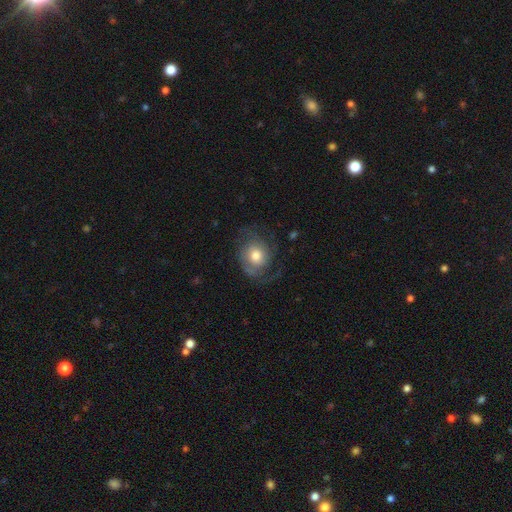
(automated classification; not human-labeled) featured or disk 57%, smooth 36%, star or artifact 7%. Down the decision tree: edge-on disk — no (97%); bar — no (78%); spiral arms — yes (85%); bulge size — moderate (63%); merging — none (59%).